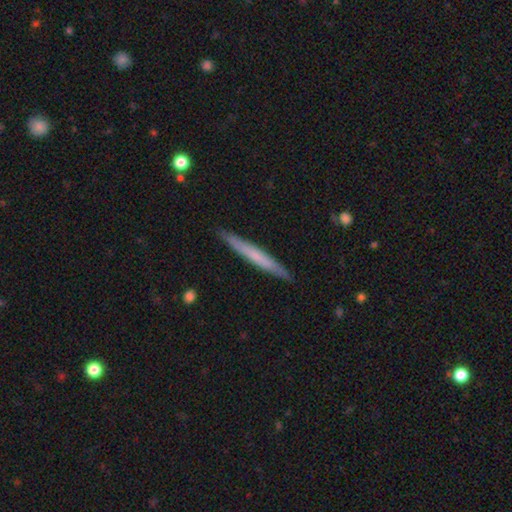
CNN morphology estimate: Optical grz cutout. It shows a smooth galaxy with no disk features (57%) that is cigar-shaped (97%). Merging: none (91%).